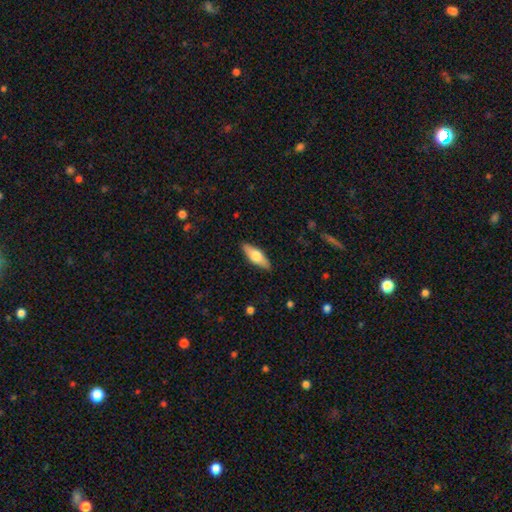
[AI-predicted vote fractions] This is possibly a smooth galaxy (58%). How rounded: likely in between (63%). Merging: clearly none (88%).